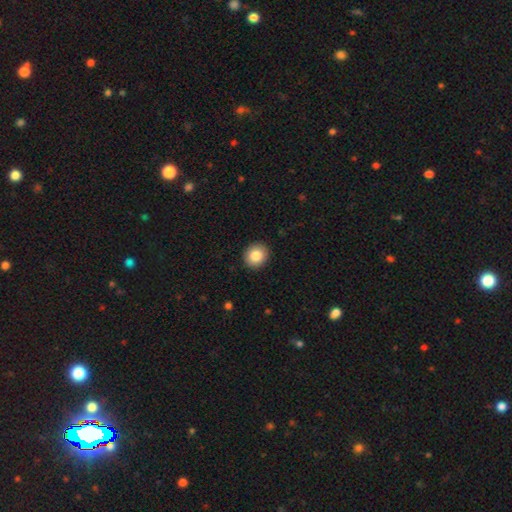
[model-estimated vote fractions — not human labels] Smooth or featured: smooth — 84% (star or artifact — 8%)
How rounded: round — 82% (in between — 17%)
Merging: none — 92% (minor disturbance — 6%)